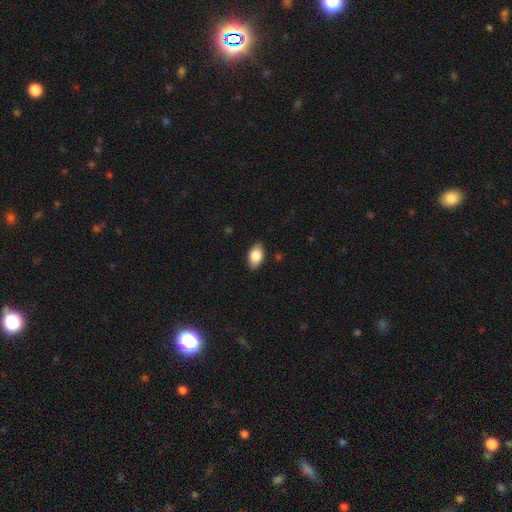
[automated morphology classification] type=smooth (84%); roundness=in between (91%); merging=none (86%).